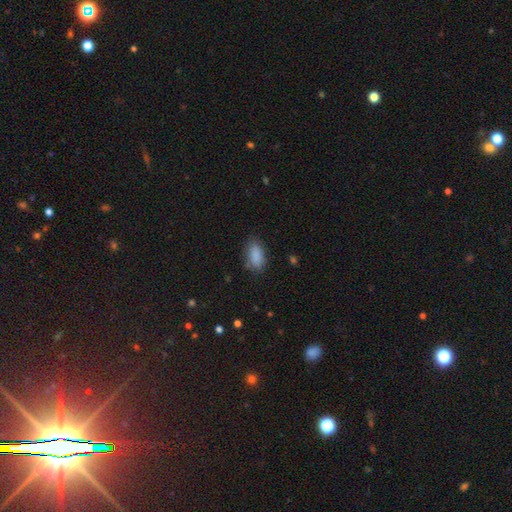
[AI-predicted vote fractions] smooth_or_featured: smooth (p=0.88) [alt: star or artifact p=0.08]
how_rounded: in between (p=0.92) [alt: cigar-shaped p=0.04]
merging: none (p=0.78) [alt: minor disturbance p=0.16]